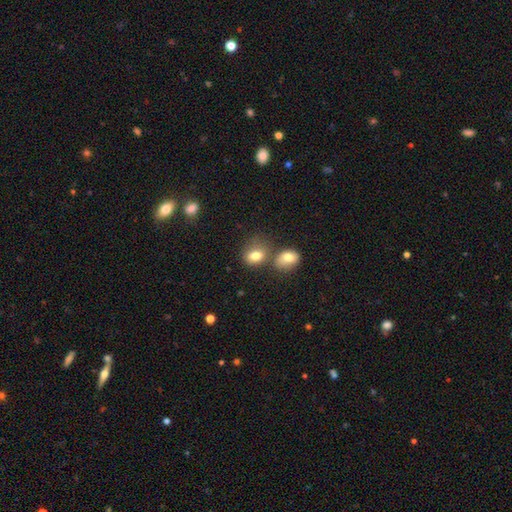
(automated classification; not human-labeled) Smooth or featured?
  - smooth: 80% *
  - featured or disk: 10%
  - star or artifact: 10%
How rounded?
  - in between: 63% *
  - round: 36%
  - cigar-shaped: 1%
Merging?
  - none: 46% *
  - merger: 31%
  - minor disturbance: 16%
  - major disturbance: 7%